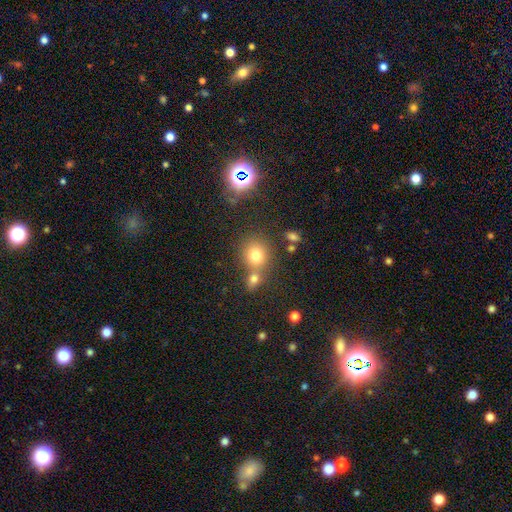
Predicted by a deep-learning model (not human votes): A smooth galaxy with no disk features (76%) that is round (77%). Merging: none (54%).